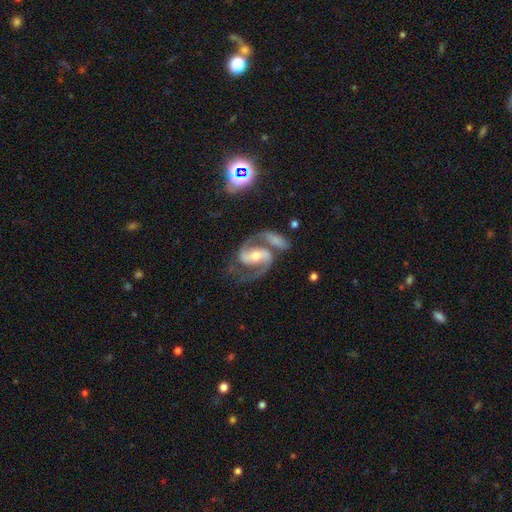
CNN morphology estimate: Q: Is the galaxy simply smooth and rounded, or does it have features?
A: featured or disk — 90%.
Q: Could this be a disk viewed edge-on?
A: no — 97%.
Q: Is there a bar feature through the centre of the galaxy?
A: strong — 45%.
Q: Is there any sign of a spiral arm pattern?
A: yes — 98%.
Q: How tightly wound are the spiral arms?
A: medium — 62%.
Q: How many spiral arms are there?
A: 2 — 92%.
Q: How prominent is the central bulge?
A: moderate — 60%.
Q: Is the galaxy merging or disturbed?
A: none — 58%.